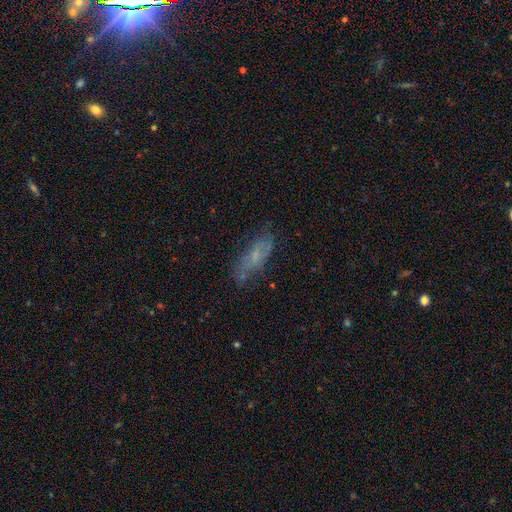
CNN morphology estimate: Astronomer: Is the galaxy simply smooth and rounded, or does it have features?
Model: smooth — 49% (runner-up: featured or disk, 40%).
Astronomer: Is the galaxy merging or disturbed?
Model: none — 63%.